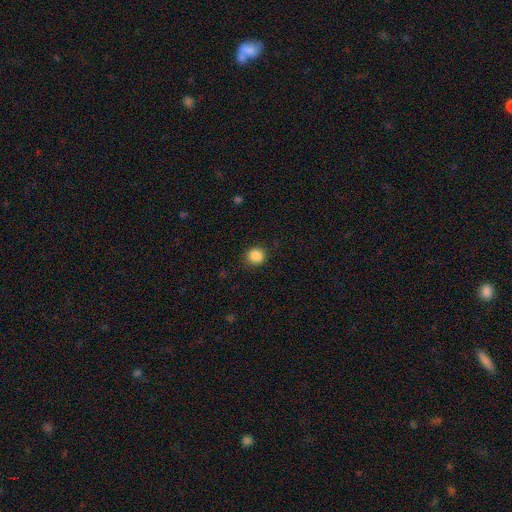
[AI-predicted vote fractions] smooth_or_featured: smooth (p=0.87) [alt: star or artifact p=0.10]
how_rounded: round (p=0.86) [alt: in between p=0.13]
merging: none (p=0.85) [alt: minor disturbance p=0.11]